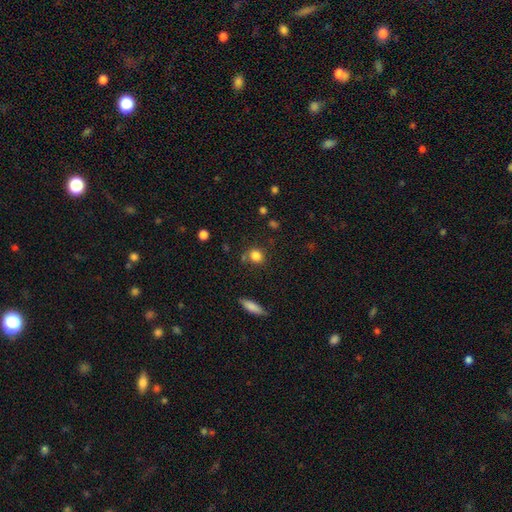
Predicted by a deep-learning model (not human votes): This is clearly a smooth galaxy (82%). How rounded: likely round (77%). Merging: likely none (71%).